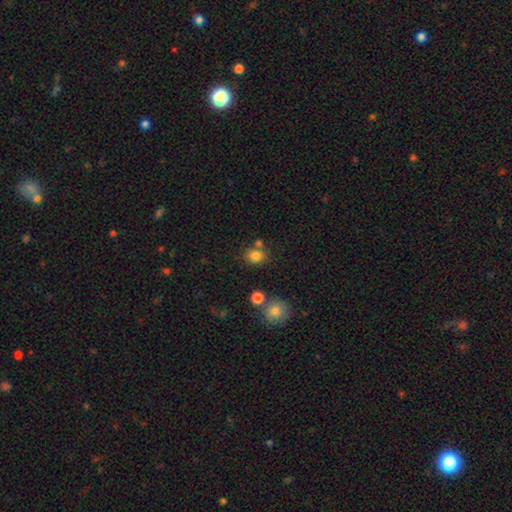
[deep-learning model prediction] Smooth or featured? Predicted: smooth (p=0.81). How rounded? Predicted: round (p=0.65). Merging? Predicted: none (p=0.71).